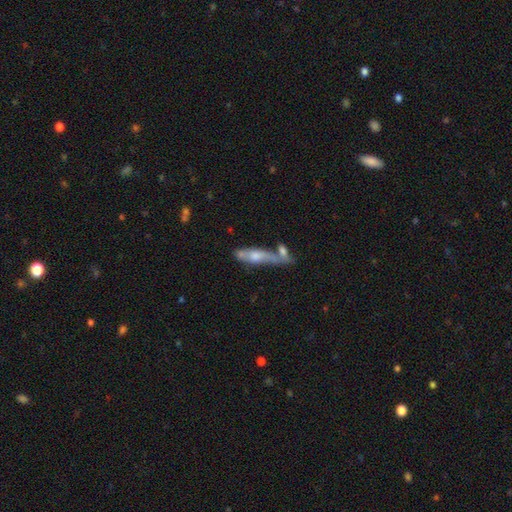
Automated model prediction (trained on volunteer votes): A featured or disk galaxy (52%) viewed edge-on (71%).

Vote fractions:
- Smooth or featured? featured or disk: 52% / smooth: 39% / star or artifact: 8%
- Edge-on disk? yes: 71% / no: 29%
- Merging? none: 42% / merger: 32% / minor disturbance: 17% / major disturbance: 9%